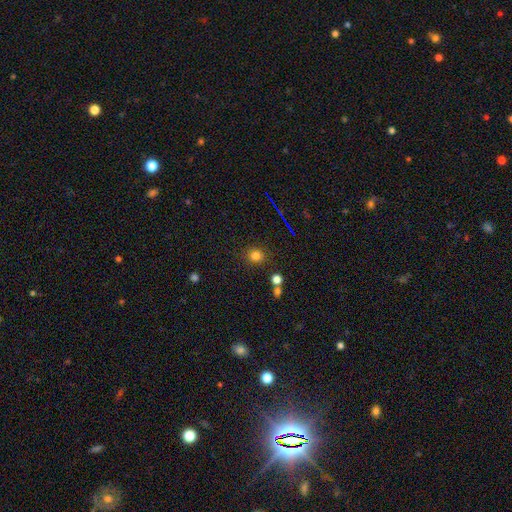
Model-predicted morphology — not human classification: smooth_or_featured: smooth (p=0.77) [alt: star or artifact p=0.16]
how_rounded: round (p=0.80) [alt: in between p=0.19]
merging: none (p=0.82) [alt: minor disturbance p=0.09]